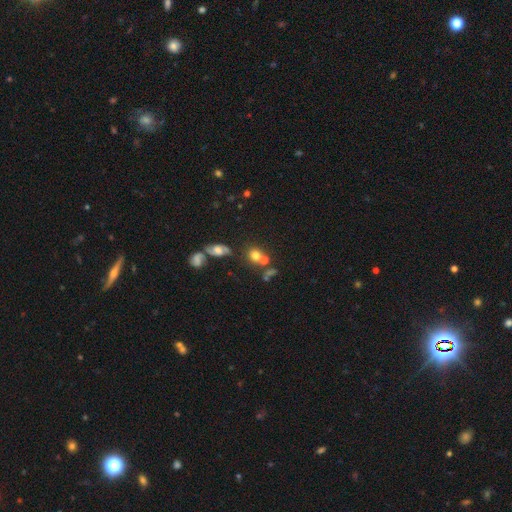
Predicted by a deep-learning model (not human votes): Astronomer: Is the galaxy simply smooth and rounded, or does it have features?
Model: smooth — 69%.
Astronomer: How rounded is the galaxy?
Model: round — 77%.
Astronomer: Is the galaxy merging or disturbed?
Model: none — 48% (runner-up: merger, 35%).